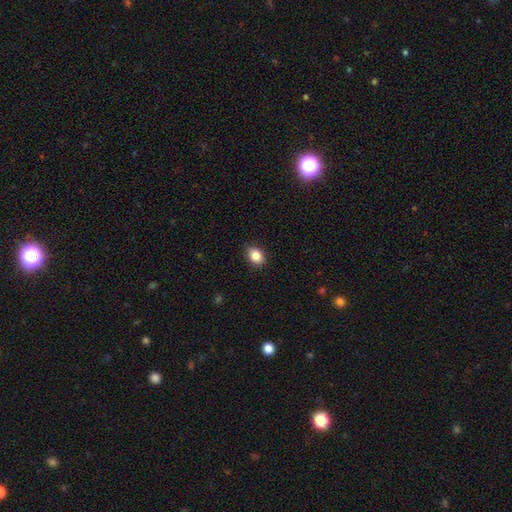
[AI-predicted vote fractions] Morphology: type=smooth (85%); roundness=in between (62%); merging=none (88%).